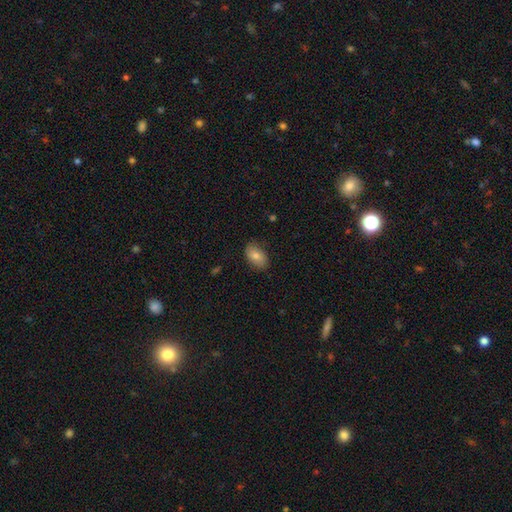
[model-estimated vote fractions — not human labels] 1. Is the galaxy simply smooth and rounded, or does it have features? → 76% smooth, 15% featured or disk, 9% star or artifact.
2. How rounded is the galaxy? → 91% in between, 8% round, 2% cigar-shaped.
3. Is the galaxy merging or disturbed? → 83% none, 13% minor disturbance, 3% major disturbance, 1% merger.